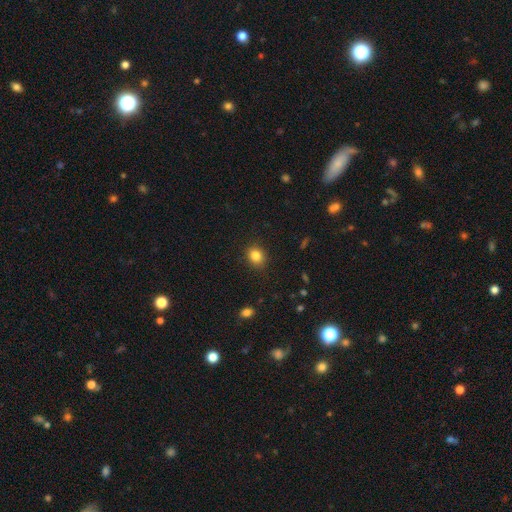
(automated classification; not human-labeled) Smooth or featured? smooth (84%)
How rounded? round (64%)
Merging? none (88%)